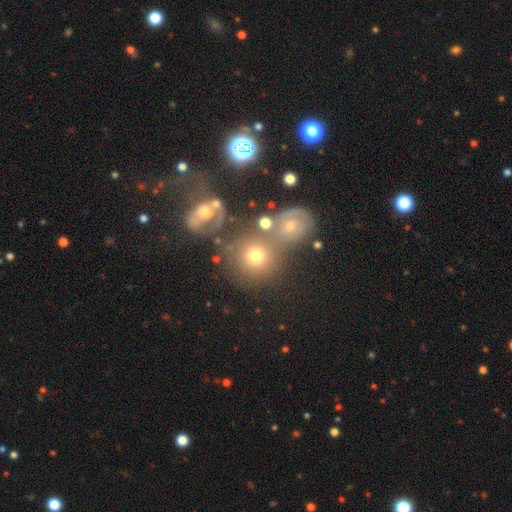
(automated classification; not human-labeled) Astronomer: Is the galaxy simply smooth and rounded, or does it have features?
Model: smooth — 64%.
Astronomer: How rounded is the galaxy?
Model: round — 82%.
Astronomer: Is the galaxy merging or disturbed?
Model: none — 45% (runner-up: merger, 36%).